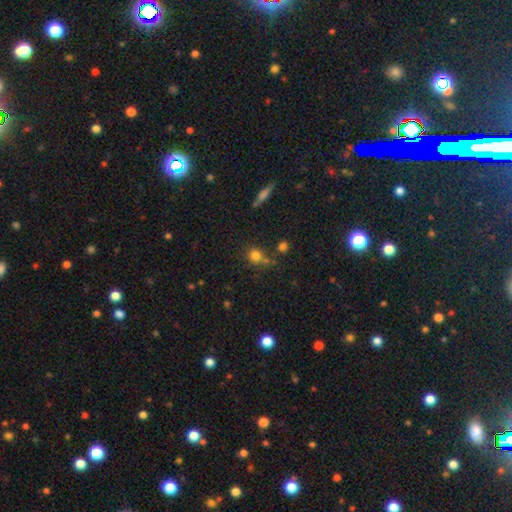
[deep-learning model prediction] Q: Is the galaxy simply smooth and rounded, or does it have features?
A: smooth — 78%.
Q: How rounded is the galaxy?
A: round — 85%.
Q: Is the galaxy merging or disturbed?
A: none — 63%.